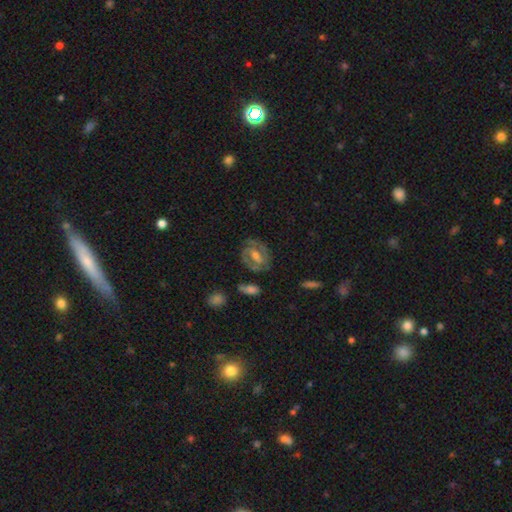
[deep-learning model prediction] smooth_or_featured: featured or disk (p=0.75) [alt: smooth p=0.19]
disk_edge_on: no (p=0.96) [alt: yes p=0.04]
bar: weak (p=0.47) [alt: strong p=0.27]
has_spiral_arms: yes (p=0.85) [alt: no p=0.15]
spiral_winding: tight (p=0.49) [alt: medium p=0.41]
spiral_arm_count: 2 (p=0.78) [alt: can't tell p=0.12]
bulge_size: moderate (p=0.56) [alt: small p=0.26]
merging: none (p=0.73) [alt: minor disturbance p=0.17]